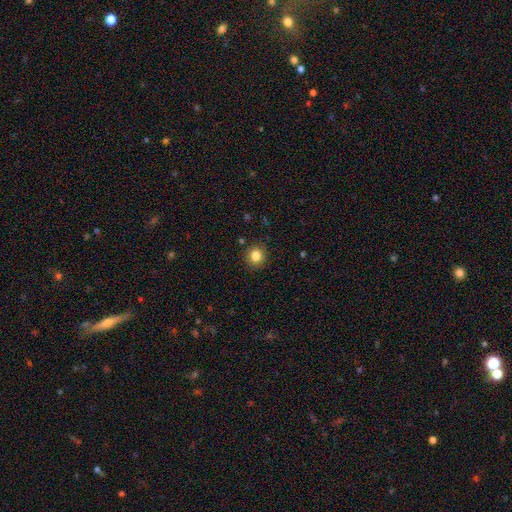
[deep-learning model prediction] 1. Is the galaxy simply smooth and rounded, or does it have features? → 83% smooth, 11% star or artifact, 6% featured or disk.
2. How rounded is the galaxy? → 85% round, 14% in between, 1% cigar-shaped.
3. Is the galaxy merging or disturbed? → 90% none, 7% minor disturbance, 2% major disturbance, 1% merger.